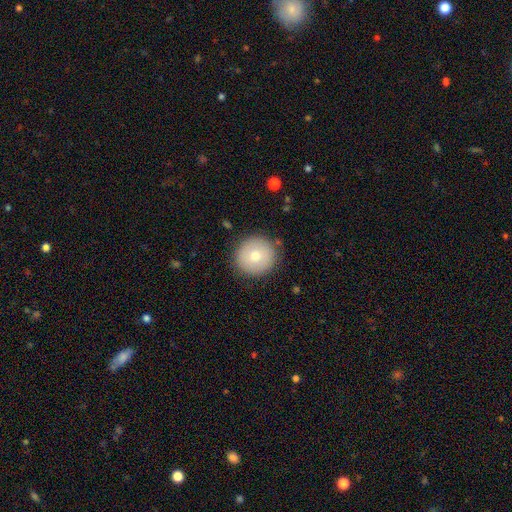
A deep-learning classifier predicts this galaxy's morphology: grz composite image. It shows a smooth galaxy with no disk features (73%) that is round (94%). Merging: none (88%).